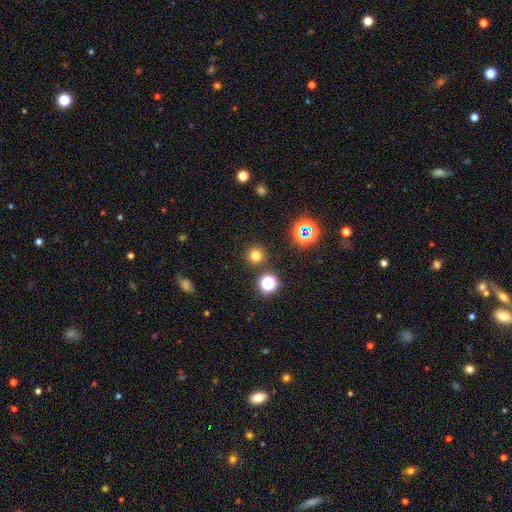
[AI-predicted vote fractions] A smooth galaxy with no disk features (73%) that is round (95%).

Vote fractions:
- Smooth or featured? smooth: 73% / star or artifact: 21% / featured or disk: 6%
- How rounded? round: 95% / in between: 4% / cigar-shaped: 1%
- Merging? none: 89% / minor disturbance: 5% / merger: 3% / major disturbance: 2%